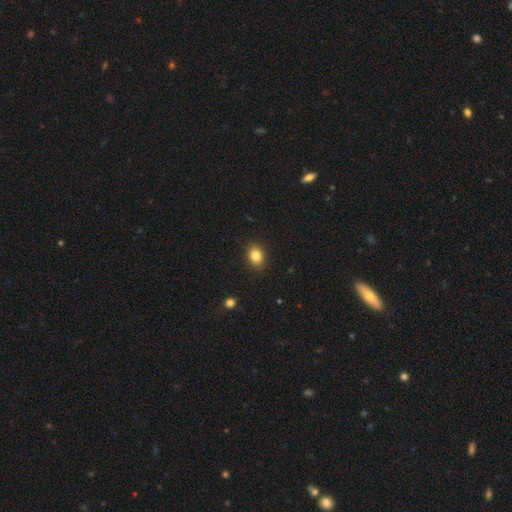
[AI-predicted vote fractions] This is clearly a smooth galaxy (85%). How rounded: likely in between (63%). Merging: clearly none (89%).